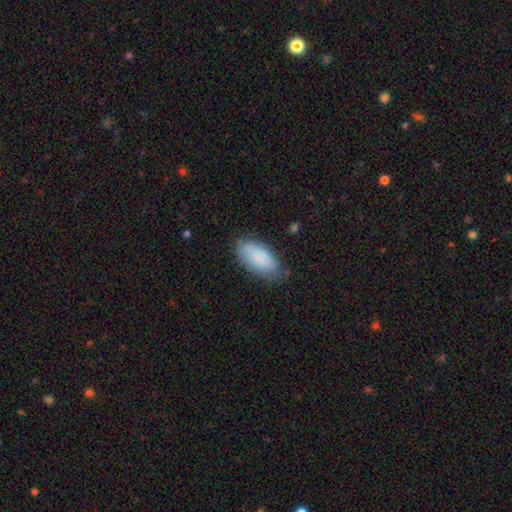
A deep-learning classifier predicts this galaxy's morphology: Smooth or featured: smooth — 86% (featured or disk — 8%)
How rounded: in between — 92% (cigar-shaped — 7%)
Merging: none — 69% (minor disturbance — 24%)